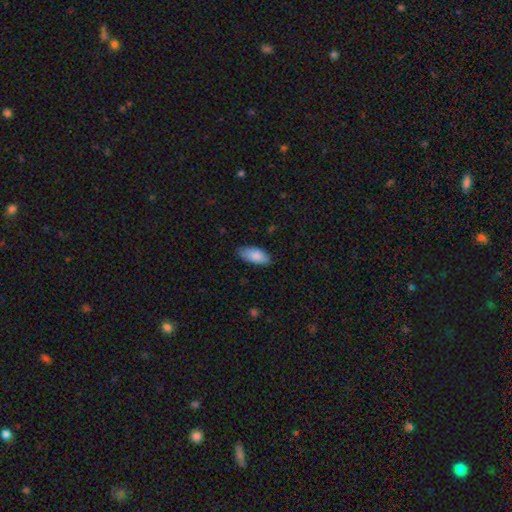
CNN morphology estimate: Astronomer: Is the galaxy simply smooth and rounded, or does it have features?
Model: smooth — 87%.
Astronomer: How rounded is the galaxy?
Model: in between — 89%.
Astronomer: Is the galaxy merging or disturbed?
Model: none — 80%.